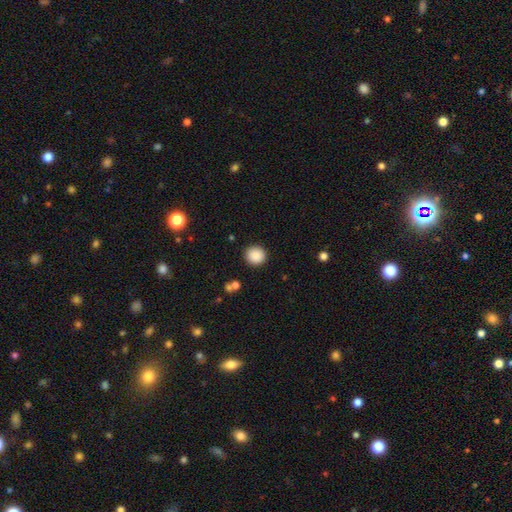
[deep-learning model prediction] Morphology: type=smooth (88%); roundness=round (93%); merging=none (91%).